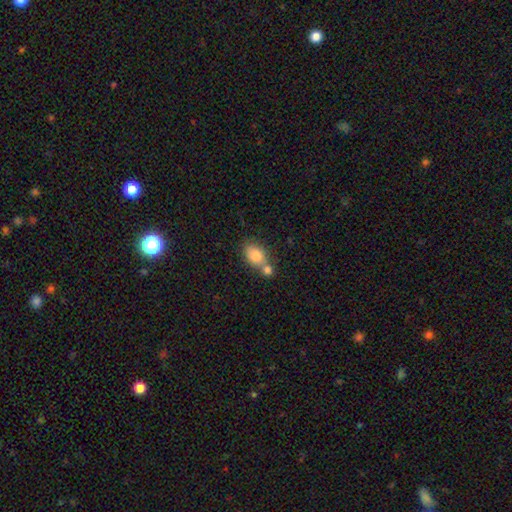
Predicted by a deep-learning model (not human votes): smooth_or_featured: smooth (p=0.81) [alt: featured or disk p=0.10]
how_rounded: in between (p=0.74) [alt: round p=0.25]
merging: merger (p=0.43) [alt: none p=0.41]